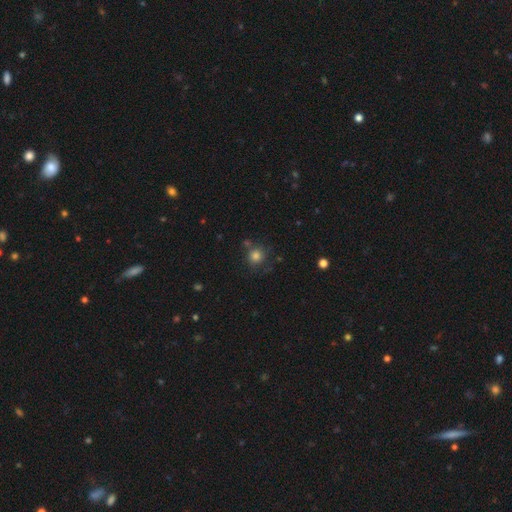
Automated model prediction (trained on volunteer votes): Smooth or featured?
  - smooth: 81% *
  - star or artifact: 13%
  - featured or disk: 7%
How rounded?
  - round: 91% *
  - in between: 8%
  - cigar-shaped: 1%
Merging?
  - none: 72% *
  - minor disturbance: 14%
  - merger: 9%
  - major disturbance: 5%